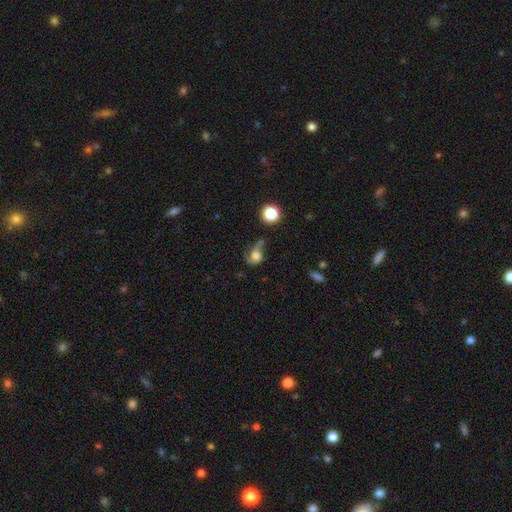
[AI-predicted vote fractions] A smooth galaxy with no disk features (54%) that is round (51%). Merging: none (31%, tied with major disturbance).